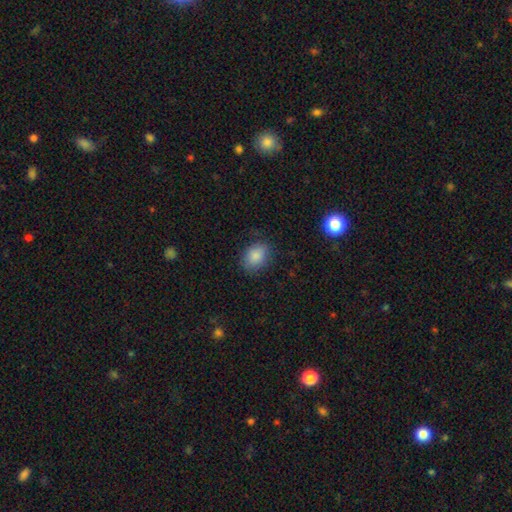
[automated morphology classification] A smooth galaxy with no disk features (86%) that is in between round and cigar-shaped (61%).

Vote fractions:
- Smooth or featured? smooth: 86% / star or artifact: 9% / featured or disk: 5%
- How rounded? in between: 61% / round: 38% / cigar-shaped: 1%
- Merging? none: 82% / minor disturbance: 14% / major disturbance: 4% / merger: 1%